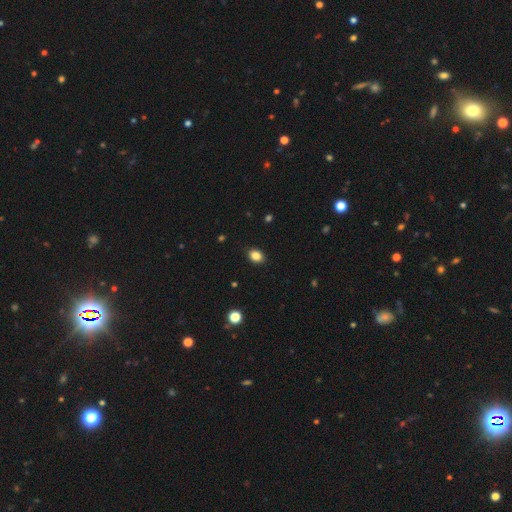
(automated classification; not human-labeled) A smooth galaxy with no disk features (86%) that is in between round and cigar-shaped (68%). Merging: none (89%).